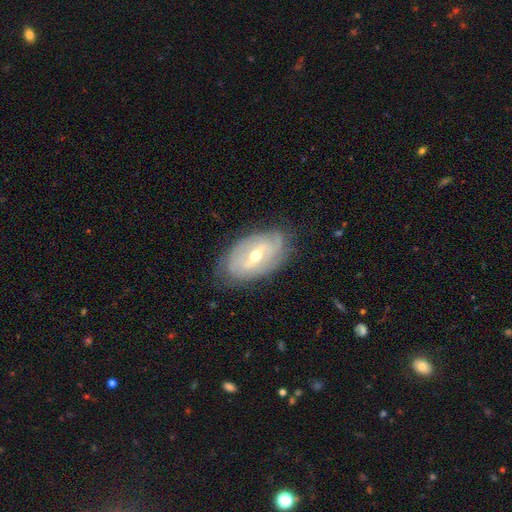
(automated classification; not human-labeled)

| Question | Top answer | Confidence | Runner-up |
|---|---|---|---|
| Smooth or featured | featured or disk | 78% | smooth (15%) |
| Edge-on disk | no | 92% | yes (8%) |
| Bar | weak | 45% | strong (38%) |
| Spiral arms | yes | 77% | no (23%) |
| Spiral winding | tight | 54% | medium (30%) |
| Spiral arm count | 2 | 42% | can't tell (39%) |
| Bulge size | moderate | 60% | small (37%) |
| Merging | none | 75% | minor disturbance (18%) |